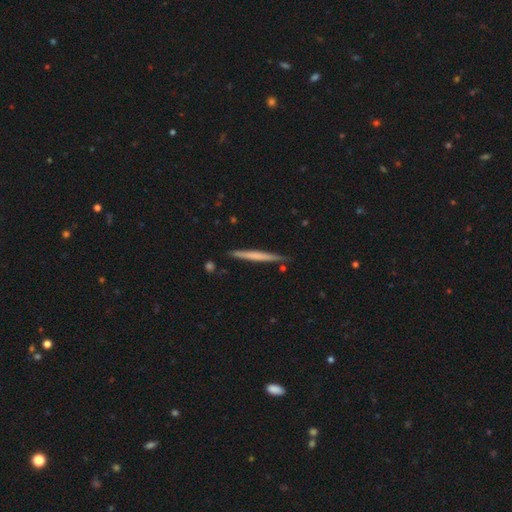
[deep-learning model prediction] Smooth or featured: smooth — 54% (featured or disk — 41%)
How rounded: cigar-shaped — 97% (in between — 2%)
Merging: none — 87% (minor disturbance — 9%)